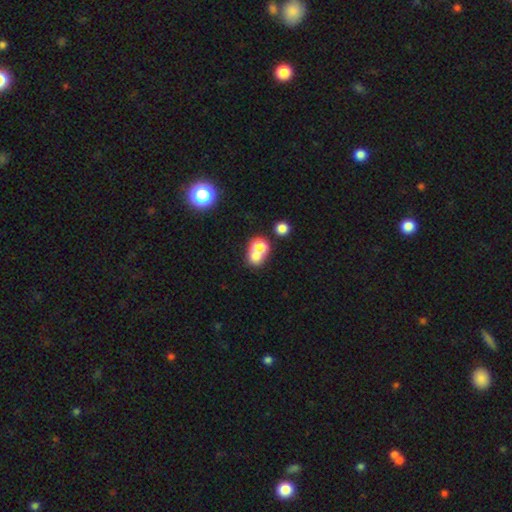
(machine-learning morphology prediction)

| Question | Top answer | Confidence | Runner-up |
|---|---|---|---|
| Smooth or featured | smooth | 68% | star or artifact (16%) |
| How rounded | round | 64% | in between (35%) |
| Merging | merger | 54% | none (34%) |